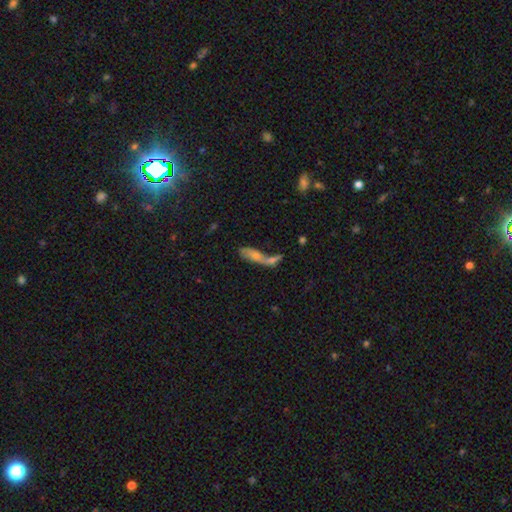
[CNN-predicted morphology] Overall: smooth (48%; featured or disk 38%). Merging: merger (54%; none 22%).